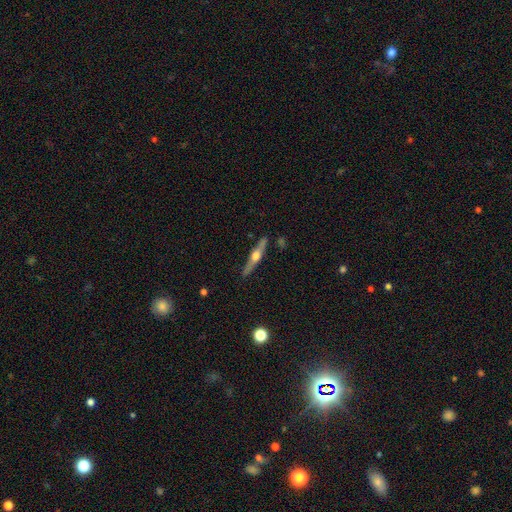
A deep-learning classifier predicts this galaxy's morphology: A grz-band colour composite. It shows a featured or disk galaxy (71%) viewed edge-on (97%) with a rounded central bulge (94%). Merging: none (89%).